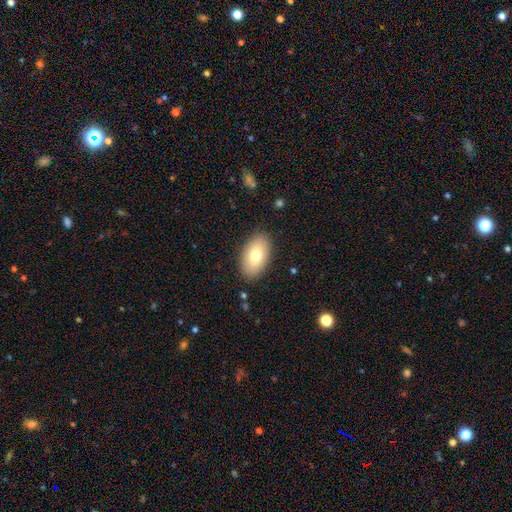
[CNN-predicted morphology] Smooth or featured? Predicted: smooth (p=0.76). How rounded? Predicted: in between (p=0.94). Merging? Predicted: none (p=0.87).